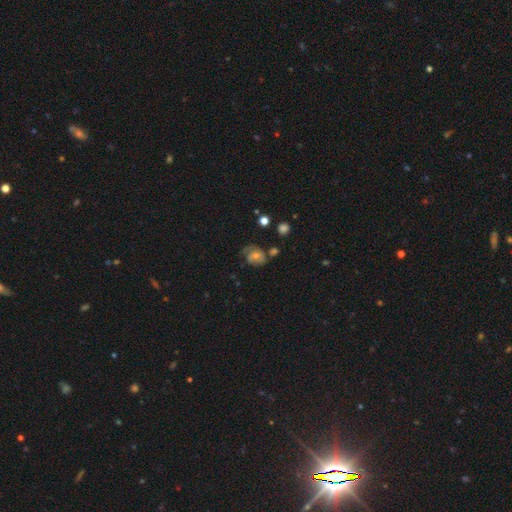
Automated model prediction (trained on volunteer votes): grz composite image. It shows a featured or disk galaxy (50%). Merging: none (57%).